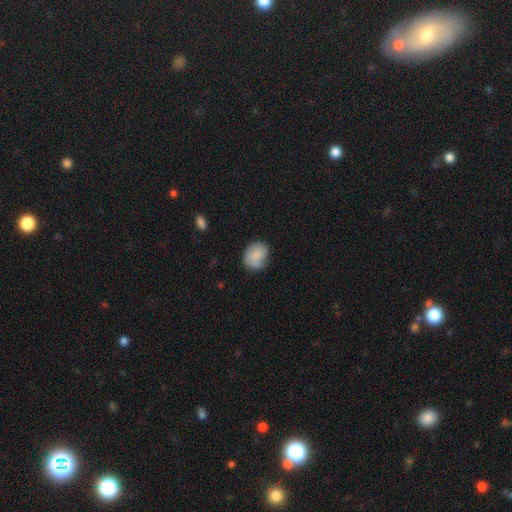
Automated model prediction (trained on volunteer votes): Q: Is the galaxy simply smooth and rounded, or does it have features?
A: smooth — 76%.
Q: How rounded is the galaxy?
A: round — 59%.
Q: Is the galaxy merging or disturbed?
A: none — 59%.